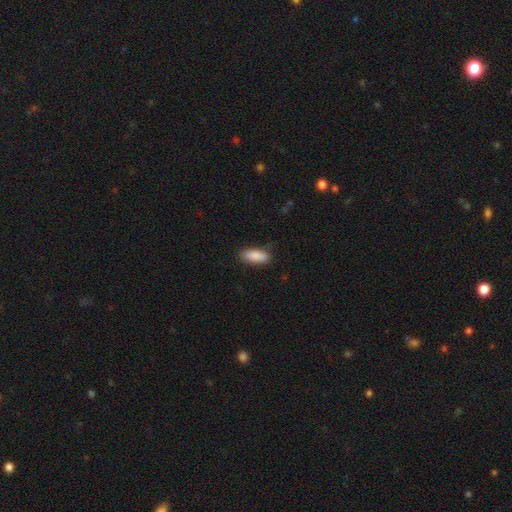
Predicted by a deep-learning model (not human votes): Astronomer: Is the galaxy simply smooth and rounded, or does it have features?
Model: smooth — 88%.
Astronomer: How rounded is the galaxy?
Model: in between — 80%.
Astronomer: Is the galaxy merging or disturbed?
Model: none — 82%.